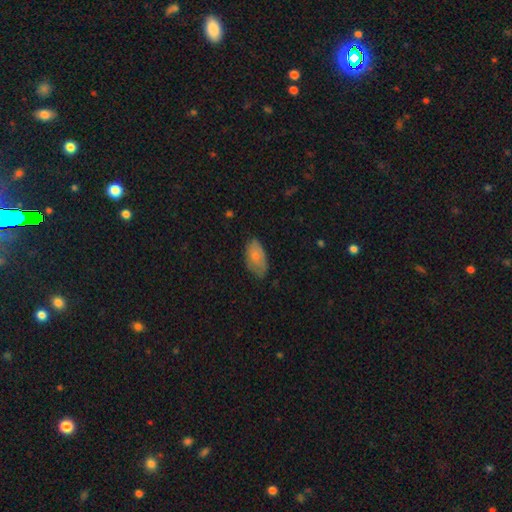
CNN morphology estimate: Q: Smooth or featured?
A: smooth (74%); runner-up: featured or disk (19%)
Q: How rounded?
A: in between (93%); runner-up: round (4%)
Q: Merging?
A: none (60%); runner-up: minor disturbance (32%)